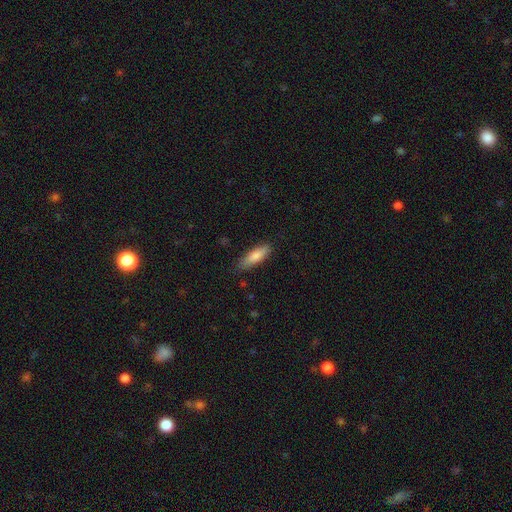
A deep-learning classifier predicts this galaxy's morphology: A smooth galaxy with no disk features (80%) that is cigar-shaped (55%). Merging: none (82%).